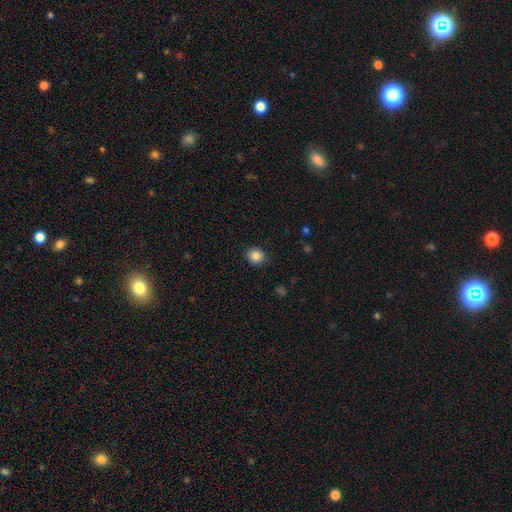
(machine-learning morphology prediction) Smooth or featured?
  - smooth: 86% *
  - star or artifact: 10%
  - featured or disk: 5%
How rounded?
  - round: 82% *
  - in between: 17%
  - cigar-shaped: 1%
Merging?
  - none: 90% *
  - minor disturbance: 7%
  - major disturbance: 2%
  - merger: 1%